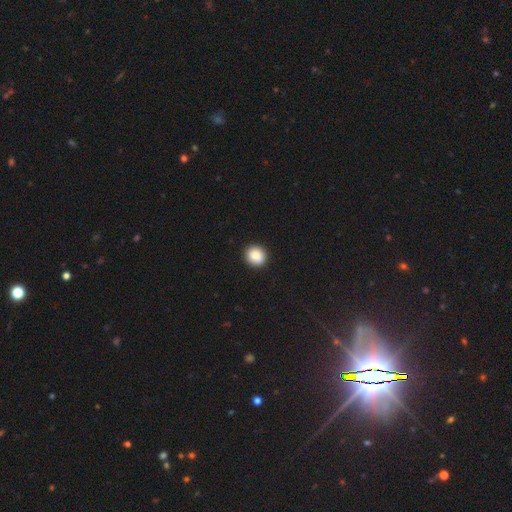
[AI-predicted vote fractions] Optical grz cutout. It shows a smooth galaxy with no disk features (87%) that is round (86%). Merging: none (92%).